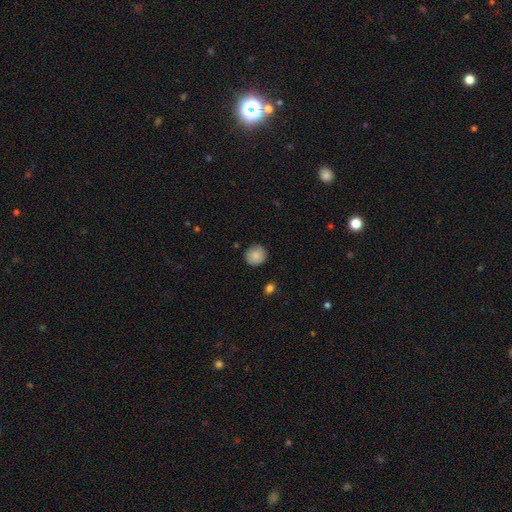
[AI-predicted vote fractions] Smooth or featured? smooth (85%)
How rounded? round (90%)
Merging? none (87%)